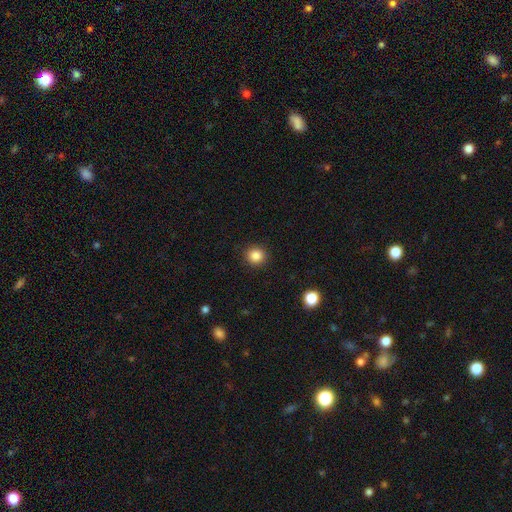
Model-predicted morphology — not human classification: Smooth or featured: smooth — 85% (star or artifact — 11%)
How rounded: round — 92% (in between — 7%)
Merging: none — 91% (minor disturbance — 6%)